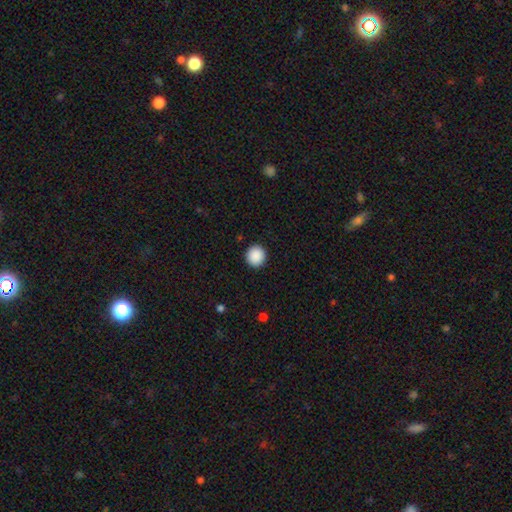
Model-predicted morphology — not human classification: type=smooth (90%); roundness=round (94%); merging=none (92%).